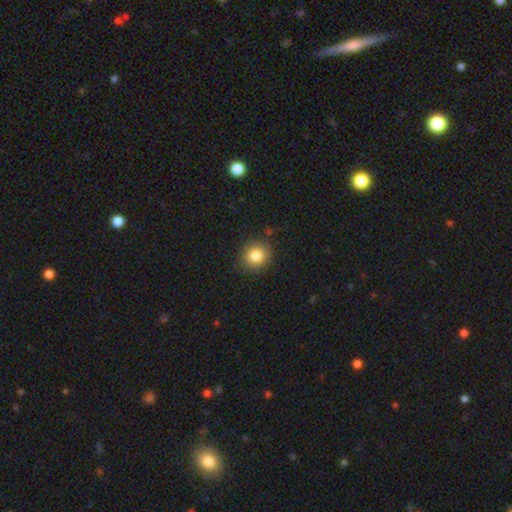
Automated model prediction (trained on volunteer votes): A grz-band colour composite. It shows a smooth galaxy with no disk features (83%) that is round (87%). Merging: none (89%).